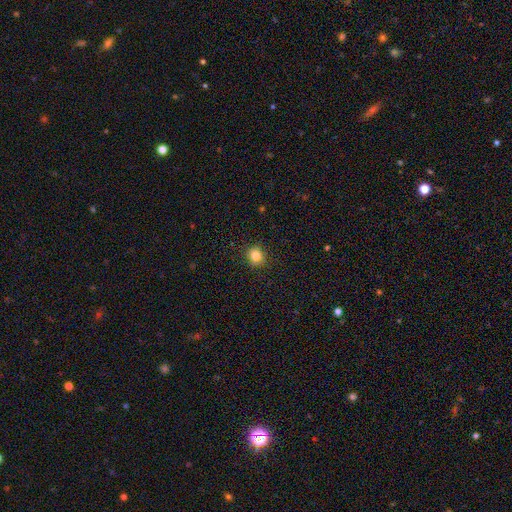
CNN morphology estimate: Smooth or featured? smooth (82%)
How rounded? round (83%)
Merging? none (90%)